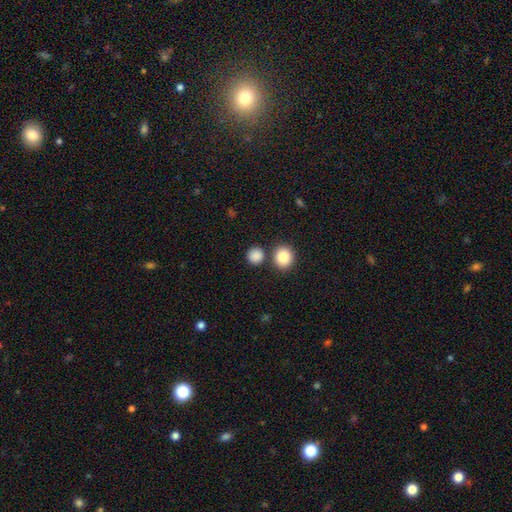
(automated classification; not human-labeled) Smooth or featured? Predicted: smooth (p=0.87). How rounded? Predicted: round (p=0.91). Merging? Predicted: none (p=0.78).